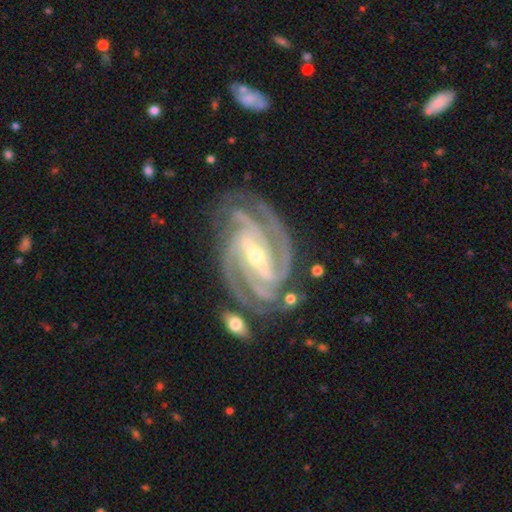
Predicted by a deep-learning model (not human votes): Morphology: type=featured or disk (94%); edge-on=no (97%); bar=strong (66%); spiral arms=yes (99%); winding=tight (66%); arm count=3 (39%); bulge=small (53%); merging=none (76%).